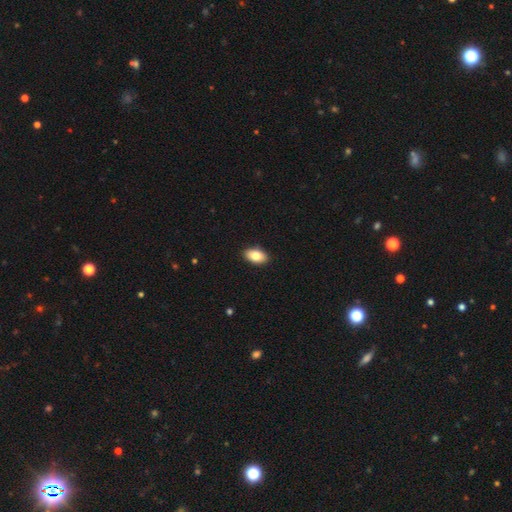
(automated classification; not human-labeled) This appears to be a smooth galaxy with no disk features (83%) that is in between round and cigar-shaped (93%). Merging: none (90%).